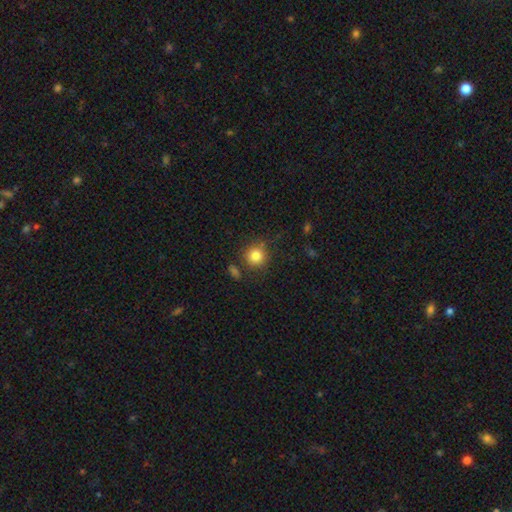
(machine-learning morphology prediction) A smooth galaxy with no disk features (83%) that is round (91%).

Vote fractions:
- Smooth or featured? smooth: 83% / star or artifact: 11% / featured or disk: 6%
- How rounded? round: 91% / in between: 8% / cigar-shaped: 1%
- Merging? none: 78% / minor disturbance: 12% / merger: 7% / major disturbance: 4%